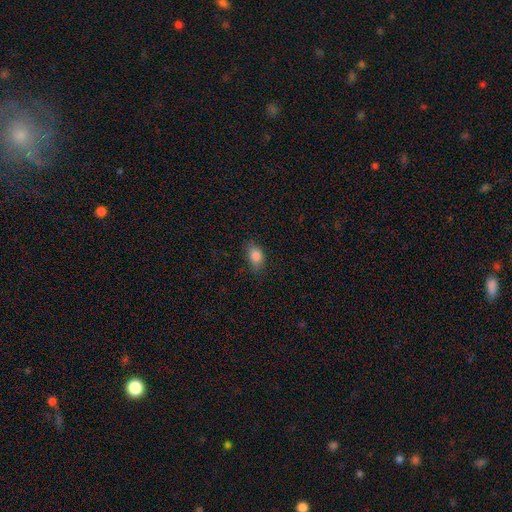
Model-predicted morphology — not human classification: This appears to be a smooth galaxy with no disk features (85%) that is in between round and cigar-shaped (83%). Merging: none (79%).